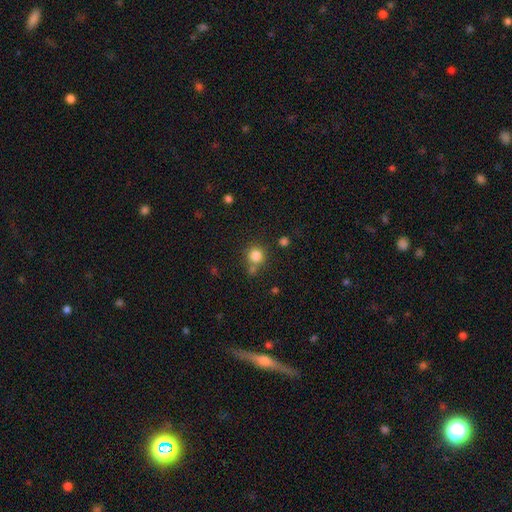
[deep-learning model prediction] A smooth galaxy with no disk features (82%) that is round (92%).

Vote fractions:
- Smooth or featured? smooth: 82% / star or artifact: 12% / featured or disk: 6%
- How rounded? round: 92% / in between: 7% / cigar-shaped: 1%
- Merging? none: 70% / merger: 16% / minor disturbance: 10% / major disturbance: 4%